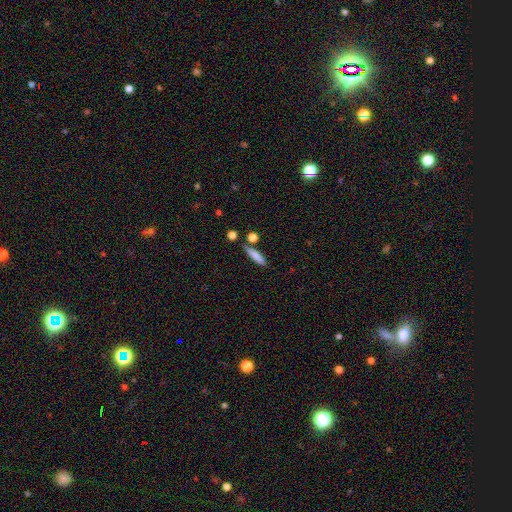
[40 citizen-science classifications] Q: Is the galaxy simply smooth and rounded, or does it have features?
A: smooth — 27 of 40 (68%).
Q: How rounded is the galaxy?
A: cigar-shaped — 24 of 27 (89%).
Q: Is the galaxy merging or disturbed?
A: none — 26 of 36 (72%).